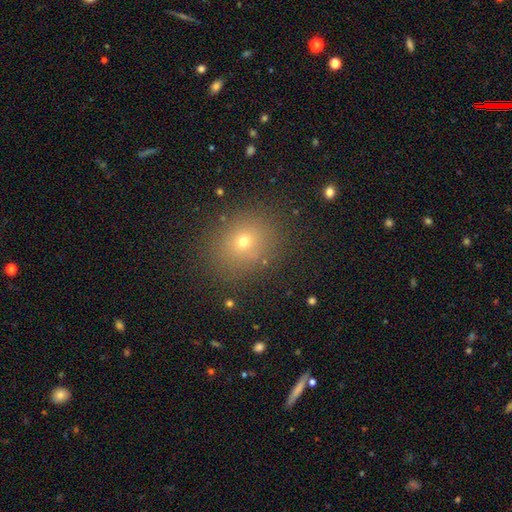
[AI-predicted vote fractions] smooth-or-featured: smooth: 65% | star or artifact: 25% | featured or disk: 10%
  how-rounded: round: 78% | in between: 21% | cigar-shaped: 1%
  merging: none: 88% | minor disturbance: 8% | major disturbance: 3% | merger: 2%